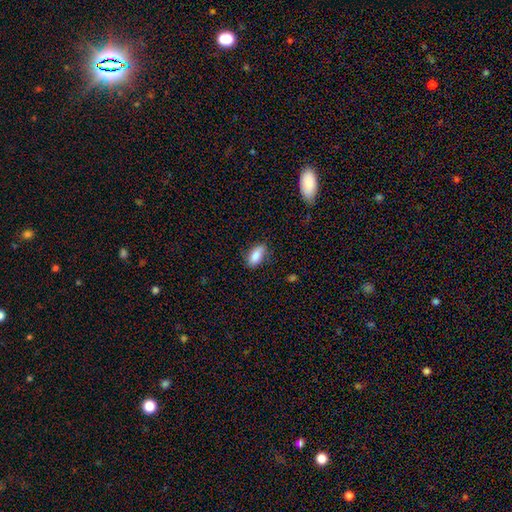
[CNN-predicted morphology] The model was most divided on "merging": none: 76%, minor disturbance: 19%, major disturbance: 4%, merger: 2%. More confident: how rounded — in between (88%); smooth or featured — smooth (85%).